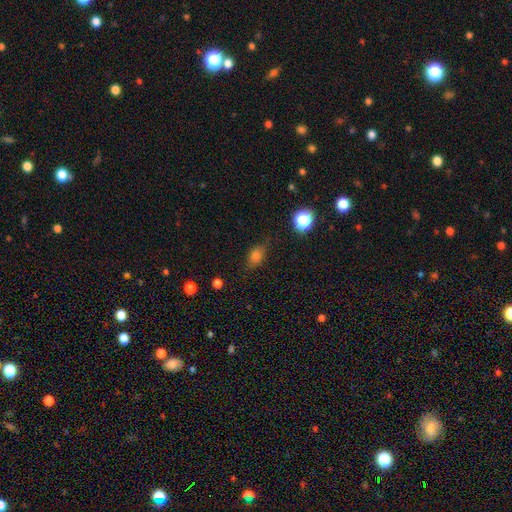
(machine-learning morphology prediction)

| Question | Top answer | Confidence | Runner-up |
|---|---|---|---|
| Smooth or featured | smooth | 75% | star or artifact (15%) |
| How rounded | in between | 75% | round (21%) |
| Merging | none | 74% | minor disturbance (19%) |